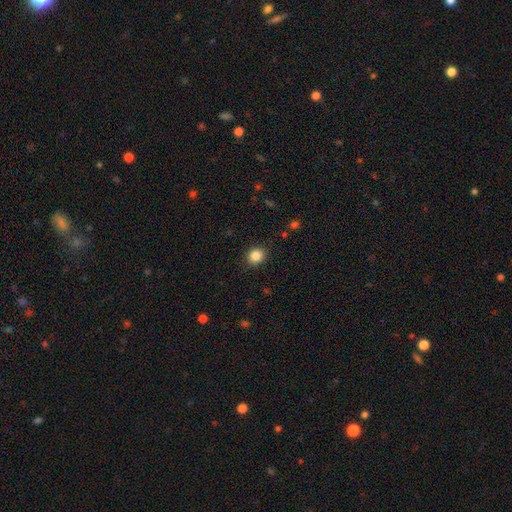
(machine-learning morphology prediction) Q: Smooth or featured?
A: smooth (86%); runner-up: star or artifact (10%)
Q: How rounded?
A: round (73%); runner-up: in between (26%)
Q: Merging?
A: none (89%); runner-up: minor disturbance (8%)